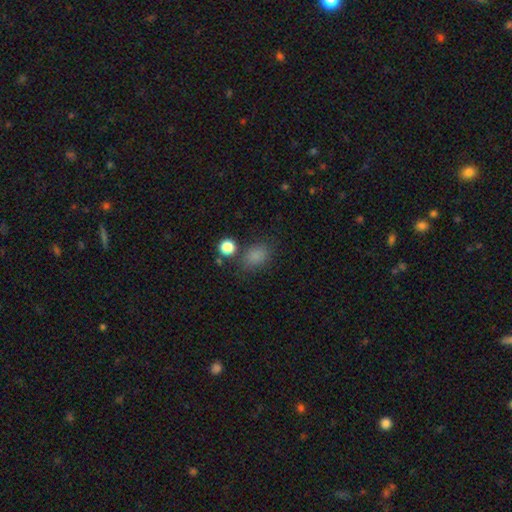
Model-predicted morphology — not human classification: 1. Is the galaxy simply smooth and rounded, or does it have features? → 81% smooth, 14% star or artifact, 5% featured or disk.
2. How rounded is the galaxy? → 64% in between, 34% round, 1% cigar-shaped.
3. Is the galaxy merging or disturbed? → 73% none, 15% minor disturbance, 6% merger, 6% major disturbance.